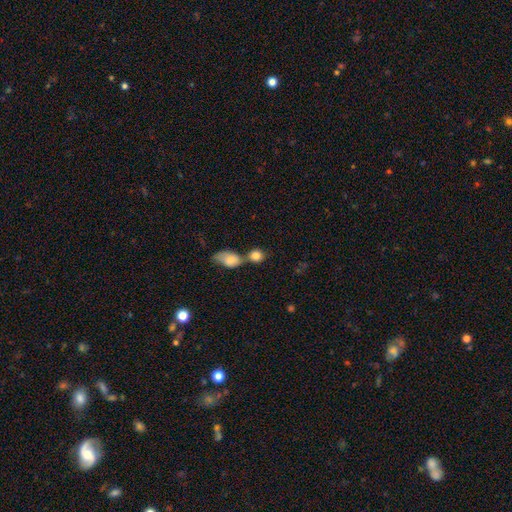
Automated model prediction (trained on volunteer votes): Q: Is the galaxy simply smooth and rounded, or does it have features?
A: smooth — 84%.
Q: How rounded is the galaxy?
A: round — 70%.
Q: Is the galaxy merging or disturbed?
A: merger — 53%.